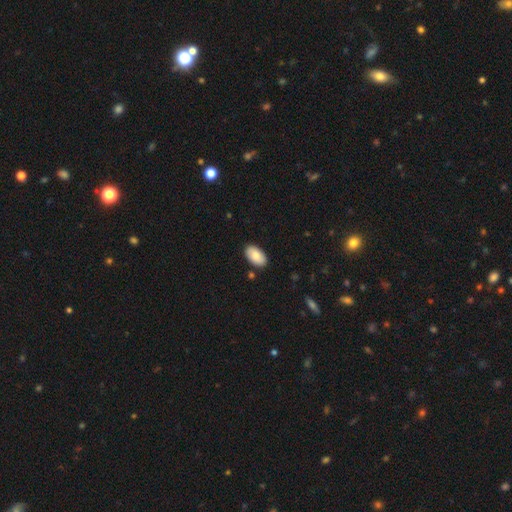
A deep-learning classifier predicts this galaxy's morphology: type=smooth (84%); roundness=in between (95%); merging=none (87%).